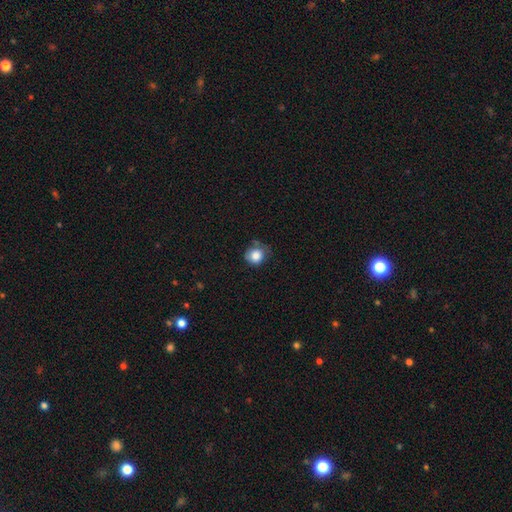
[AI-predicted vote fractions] Morphology: type=smooth (83%); roundness=round (81%); merging=none (55%).